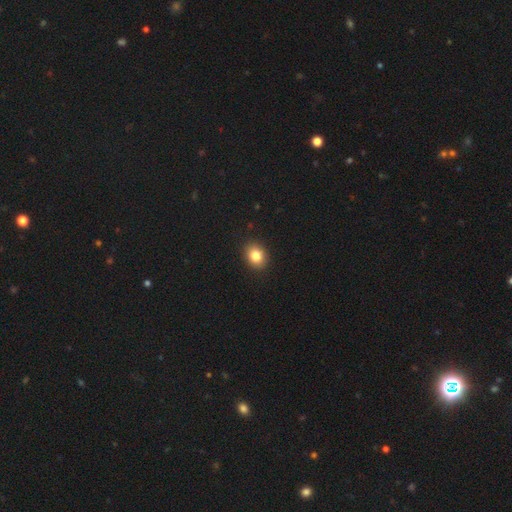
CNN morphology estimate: Smooth or featured: smooth — 83% (star or artifact — 10%)
How rounded: round — 51% (in between — 48%)
Merging: none — 91% (minor disturbance — 7%)